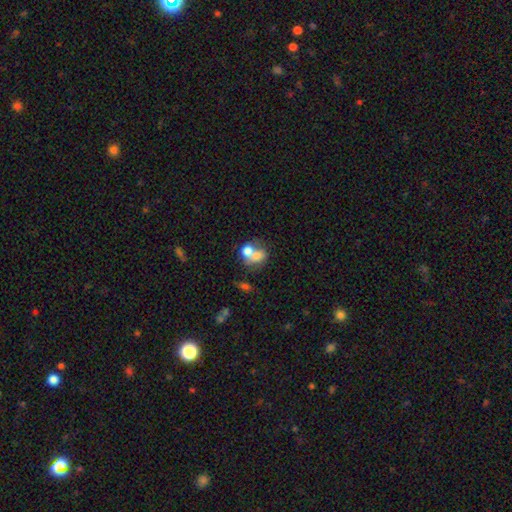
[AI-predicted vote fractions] smooth_or_featured: smooth (p=0.67) [alt: featured or disk p=0.23]
how_rounded: round (p=0.52) [alt: in between p=0.47]
merging: merger (p=0.66) [alt: none p=0.21]